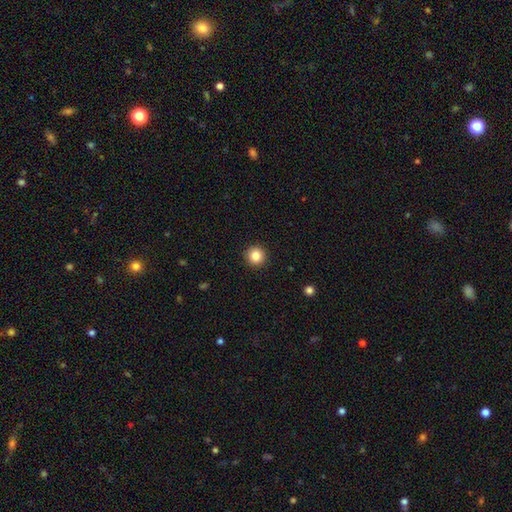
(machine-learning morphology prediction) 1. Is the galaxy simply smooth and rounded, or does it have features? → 85% smooth, 10% star or artifact, 5% featured or disk.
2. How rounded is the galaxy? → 95% round, 4% in between, 1% cigar-shaped.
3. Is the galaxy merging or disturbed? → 93% none, 5% minor disturbance, 2% major disturbance, 1% merger.